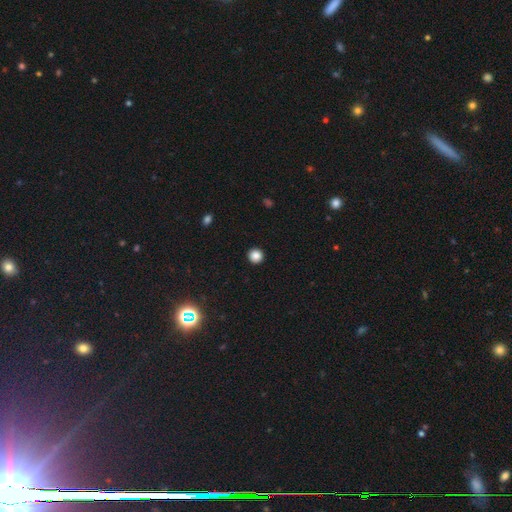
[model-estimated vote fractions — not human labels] A smooth galaxy with no disk features (86%) that is round (95%).

Vote fractions:
- Smooth or featured? smooth: 86% / star or artifact: 11% / featured or disk: 4%
- How rounded? round: 95% / in between: 4% / cigar-shaped: 1%
- Merging? none: 94% / minor disturbance: 4% / major disturbance: 1% / merger: 1%